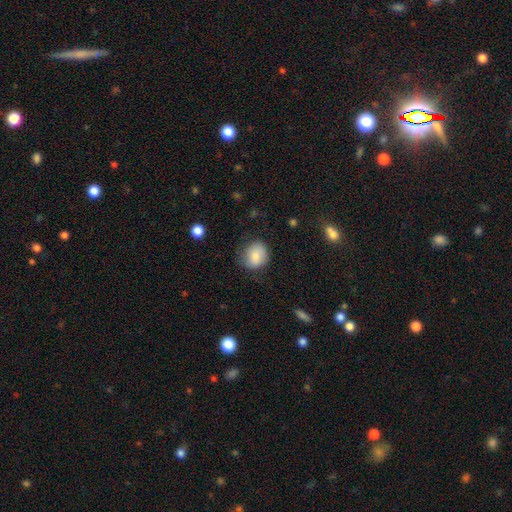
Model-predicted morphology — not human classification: Smooth or featured: smooth — 80% (featured or disk — 12%)
How rounded: round — 68% (in between — 31%)
Merging: none — 74% (minor disturbance — 19%)